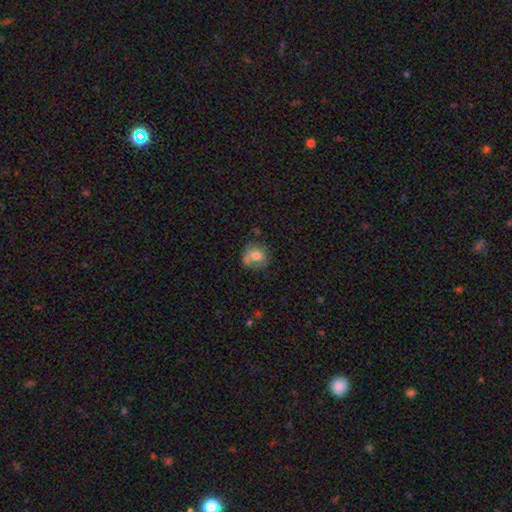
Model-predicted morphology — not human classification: This is likely a smooth galaxy (66%). How rounded: likely round (74%). Merging: possibly none (52%).